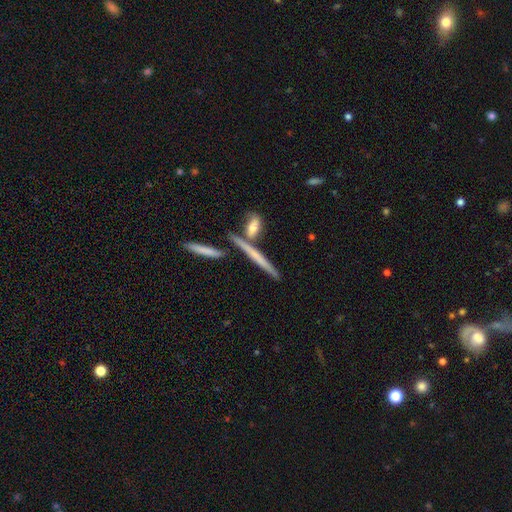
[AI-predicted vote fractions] Overall: smooth (46%; featured or disk 45%). Merging: none (66%).